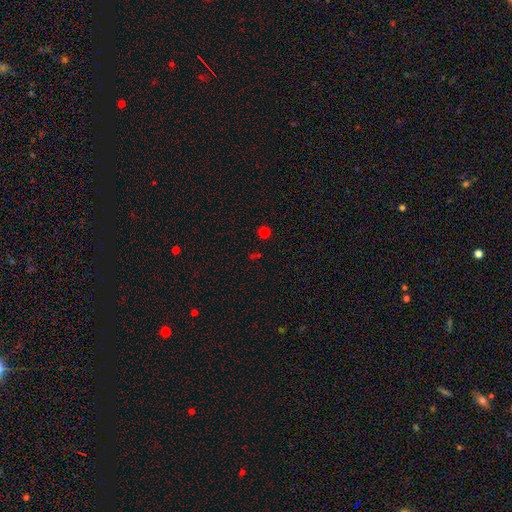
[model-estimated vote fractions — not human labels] A smooth galaxy with no disk features (49%). Merging: none (84%).